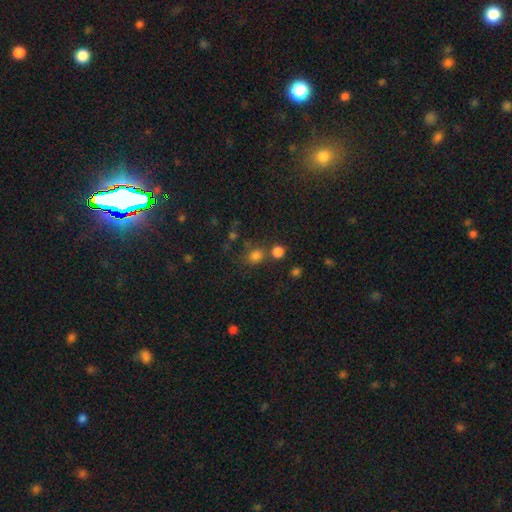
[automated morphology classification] A smooth galaxy with no disk features (77%) that is round (72%). Merging: none (62%).